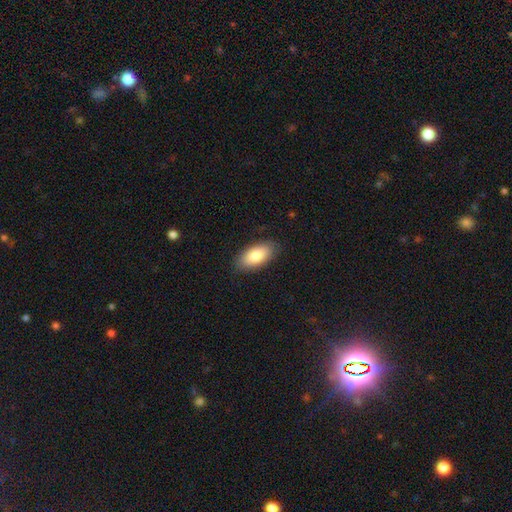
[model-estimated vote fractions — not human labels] smooth 83%, featured or disk 10%, star or artifact 6%. Down the decision tree: how rounded — in between (93%); merging — none (87%).